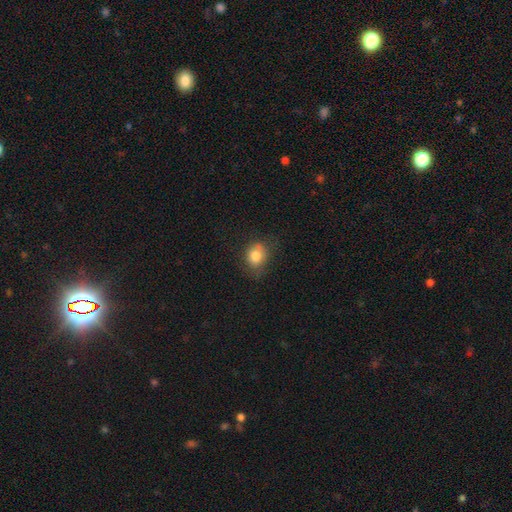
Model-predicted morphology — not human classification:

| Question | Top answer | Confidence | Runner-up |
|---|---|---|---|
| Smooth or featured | smooth | 81% | star or artifact (10%) |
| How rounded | round | 58% | in between (41%) |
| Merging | none | 63% | minor disturbance (27%) |